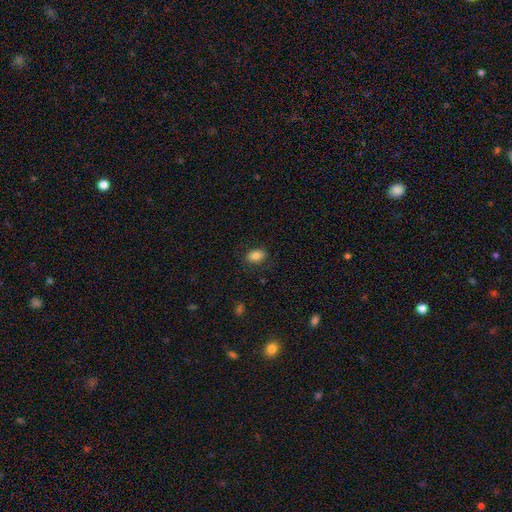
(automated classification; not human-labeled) This appears to be a smooth galaxy with no disk features (82%) that is in between round and cigar-shaped (80%). Merging: none (83%).